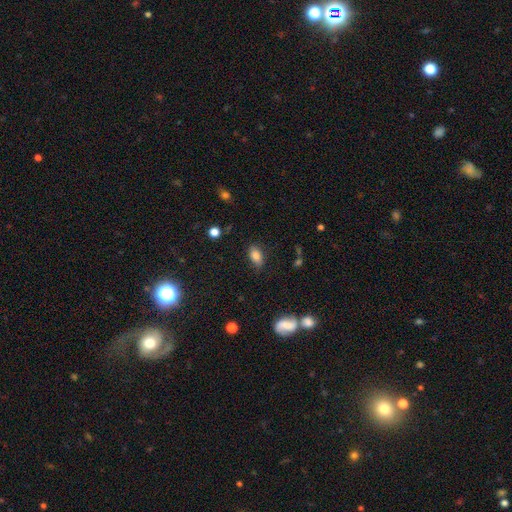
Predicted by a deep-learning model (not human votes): Smooth or featured? Predicted: smooth (p=0.81). How rounded? Predicted: in between (p=0.88). Merging? Predicted: none (p=0.79).